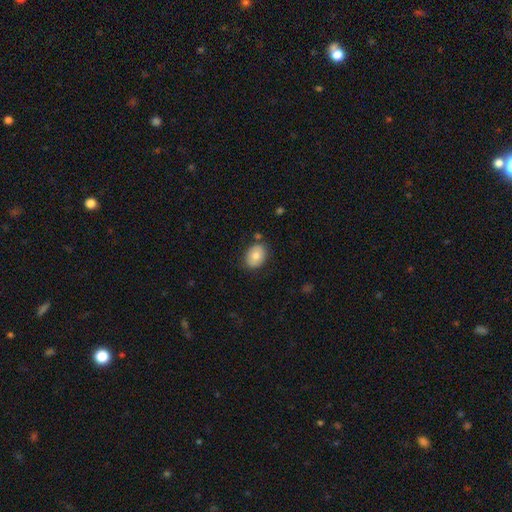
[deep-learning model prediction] smooth 78%, featured or disk 15%, star or artifact 8%. Down the decision tree: how rounded — in between (66%); merging — none (80%).